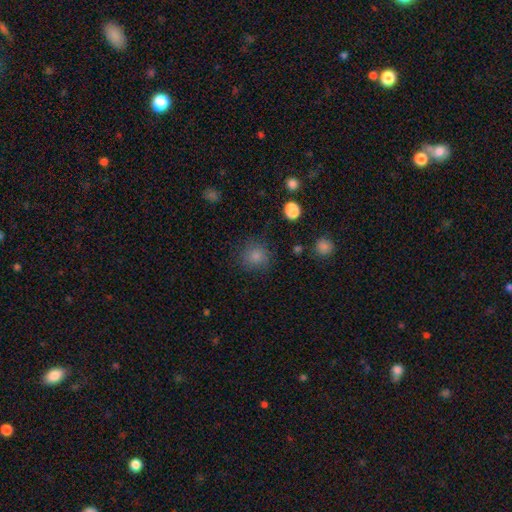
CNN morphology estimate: Smooth or featured? Predicted: smooth (p=0.83). How rounded? Predicted: round (p=0.89). Merging? Predicted: none (p=0.81).